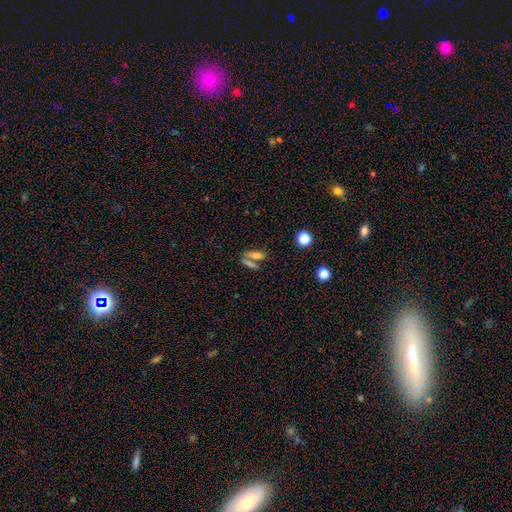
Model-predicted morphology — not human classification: This appears to be a smooth galaxy with no disk features (67%) that is in between round and cigar-shaped (46%). Merging: none (47%).